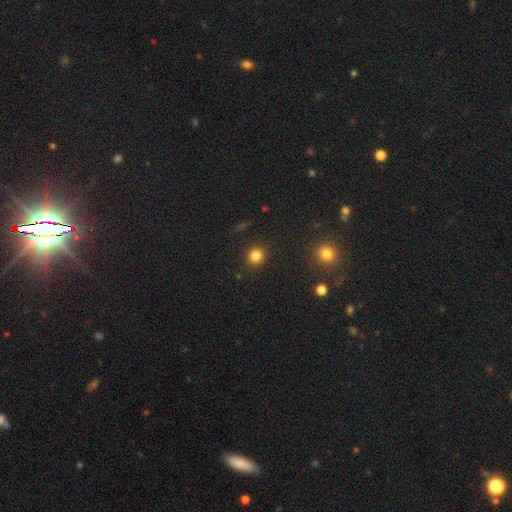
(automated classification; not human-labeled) smooth_or_featured: smooth (p=0.82) [alt: star or artifact p=0.13]
how_rounded: round (p=0.90) [alt: in between p=0.09]
merging: none (p=0.90) [alt: minor disturbance p=0.06]